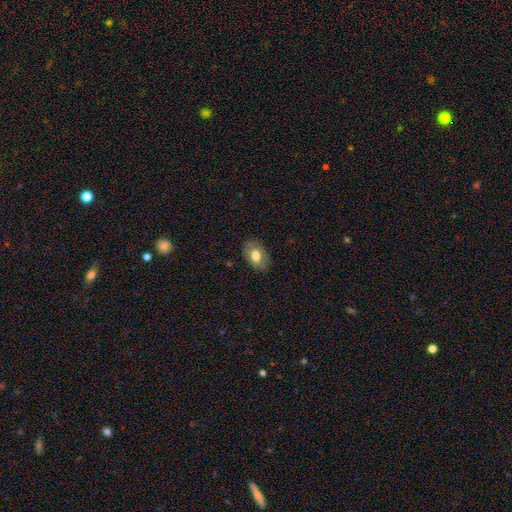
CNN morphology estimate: Smooth or featured? Predicted: smooth (p=0.73). How rounded? Predicted: in between (p=0.84). Merging? Predicted: none (p=0.80).